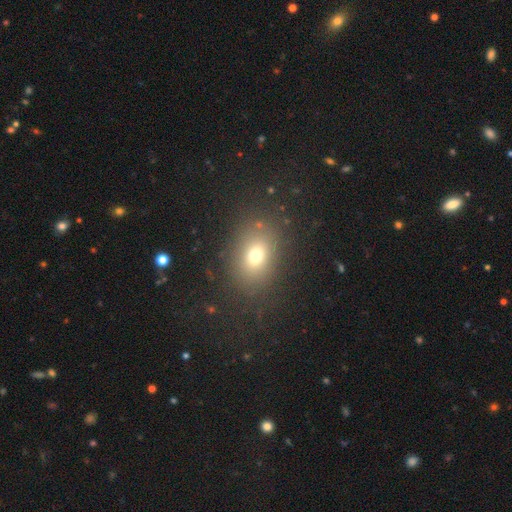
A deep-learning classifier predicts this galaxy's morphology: Smooth or featured: smooth — 71% (star or artifact — 16%)
How rounded: in between — 64% (round — 35%)
Merging: none — 81% (minor disturbance — 11%)